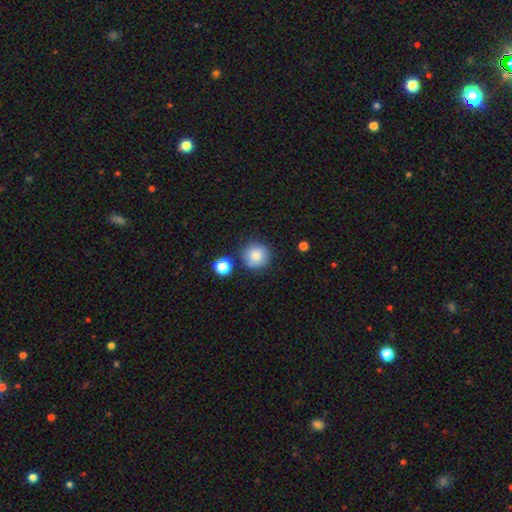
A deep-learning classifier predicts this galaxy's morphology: This is likely a smooth galaxy (79%). How rounded: clearly round (94%). Merging: likely none (77%).